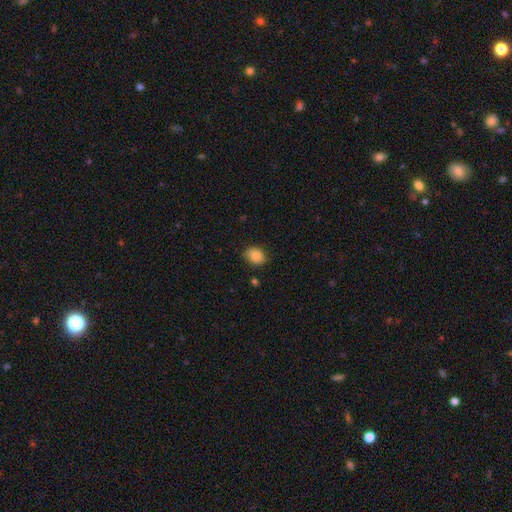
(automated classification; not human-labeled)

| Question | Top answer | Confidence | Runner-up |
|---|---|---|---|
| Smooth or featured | smooth | 84% | star or artifact (9%) |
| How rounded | in between | 55% | round (44%) |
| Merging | none | 78% | minor disturbance (17%) |